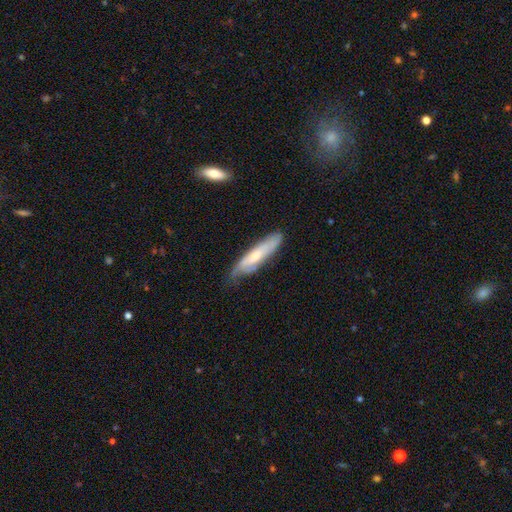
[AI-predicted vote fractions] smooth_or_featured: smooth (p=0.49) [alt: featured or disk p=0.45]
merging: none (p=0.62) [alt: minor disturbance p=0.29]